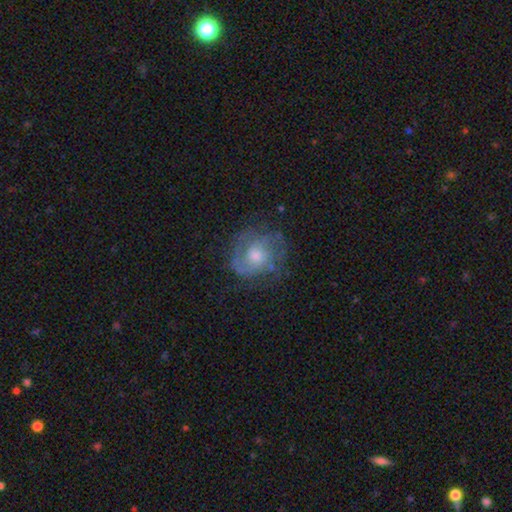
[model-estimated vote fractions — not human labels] A featured or disk galaxy (67%) with no bar (78%), 2 (37%) tight (45%) spiral arms (80%) and a moderate central bulge (56%).

Vote fractions:
- Smooth or featured? featured or disk: 67% / smooth: 24% / star or artifact: 9%
- Edge-on disk? no: 97% / yes: 3%
- Bar? no: 78% / weak: 19% / strong: 3%
- Spiral arms? yes: 80% / no: 20%
- Spiral winding? tight: 45% / medium: 39% / loose: 16%
- Spiral arm count? 2: 37% / can't tell: 35% / 3: 14% / 1: 7% / 4: 4% / more than 4: 3%
- Bulge size? moderate: 56% / small: 33% / large: 7% / none: 3% / dominant: 1%
- Merging? none: 67% / minor disturbance: 20% / major disturbance: 12% / merger: 1%